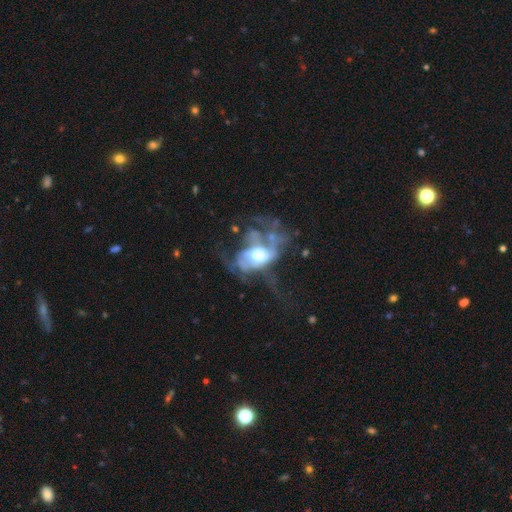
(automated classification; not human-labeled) Smooth or featured?
  - featured or disk: 72% *
  - smooth: 18%
  - star or artifact: 10%
Edge-on disk?
  - no: 95% *
  - yes: 5%
Bar?
  - no: 64% *
  - weak: 25%
  - strong: 12%
Spiral arms?
  - yes: 52% *
  - no: 48%
Bulge size?
  - moderate: 59% *
  - large: 27%
  - small: 9%
  - dominant: 3%
  - none: 2%
Merging?
  - major disturbance: 55% *
  - none: 21%
  - minor disturbance: 14%
  - merger: 11%